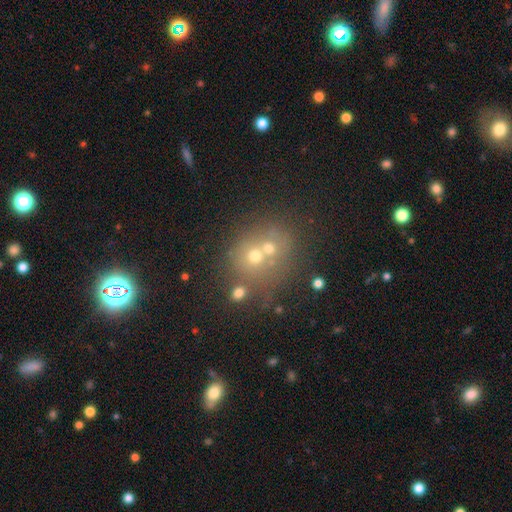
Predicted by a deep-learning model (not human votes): Smooth or featured: smooth — 52% (star or artifact — 29%)
How rounded: round — 78% (in between — 21%)
Merging: merger — 46% (none — 43%)